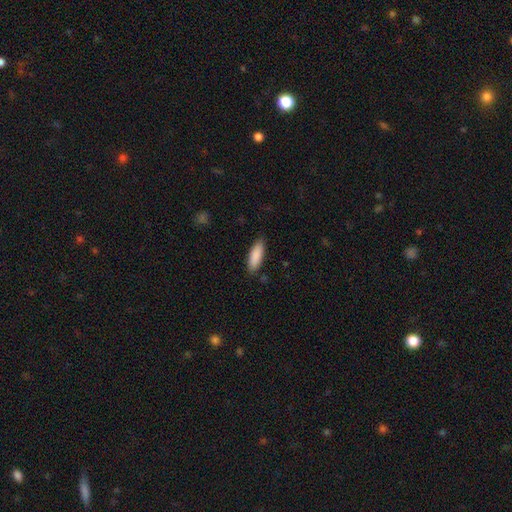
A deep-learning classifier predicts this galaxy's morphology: This appears to be a smooth galaxy with no disk features (89%) that is in between round and cigar-shaped (62%). Merging: none (85%).